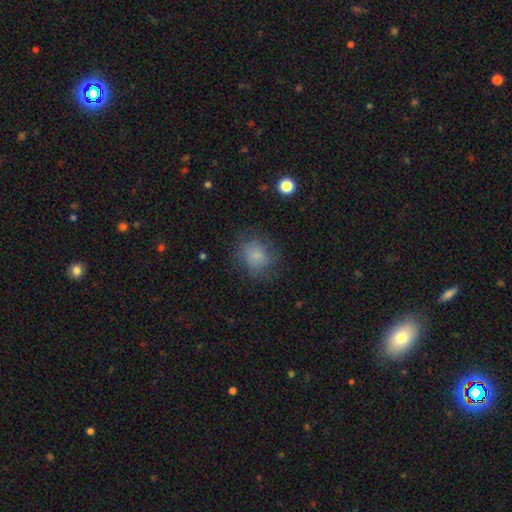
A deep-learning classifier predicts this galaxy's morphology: Overall: smooth (77%). How rounded: round (69%; in between 30%). Merging: none (70%).